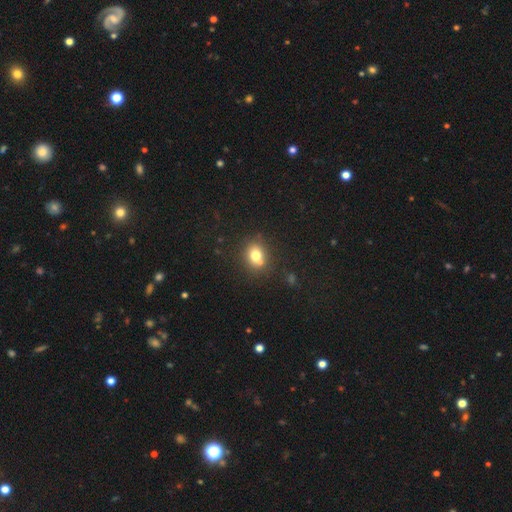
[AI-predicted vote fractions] Smooth or featured: smooth — 75% (star or artifact — 13%)
How rounded: round — 61% (in between — 38%)
Merging: none — 62% (merger — 20%)